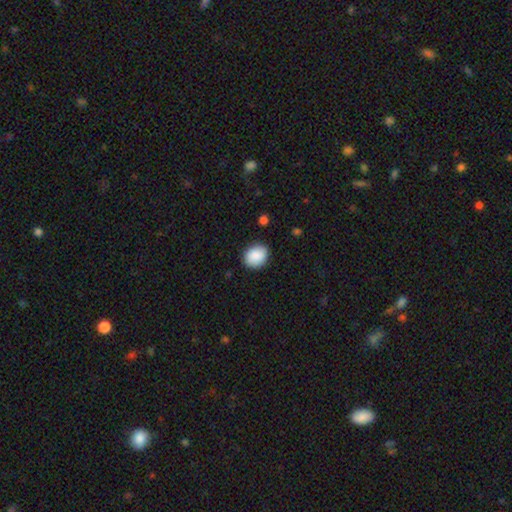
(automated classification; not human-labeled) smooth_or_featured: smooth (p=0.88) [alt: star or artifact p=0.07]
how_rounded: round (p=0.54) [alt: in between p=0.45]
merging: none (p=0.84) [alt: minor disturbance p=0.12]